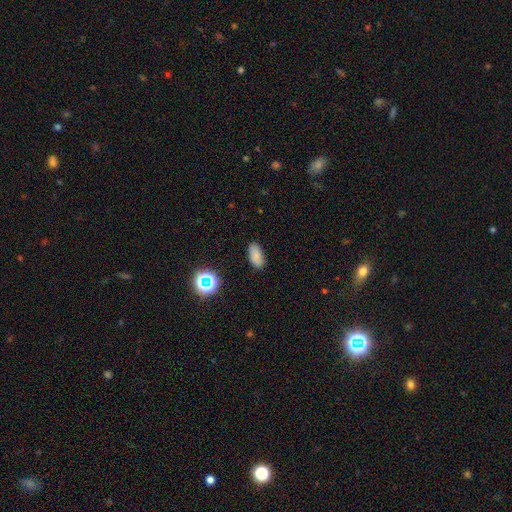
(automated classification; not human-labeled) Overall: smooth (77%). How rounded: in between (91%). Merging: none (83%).